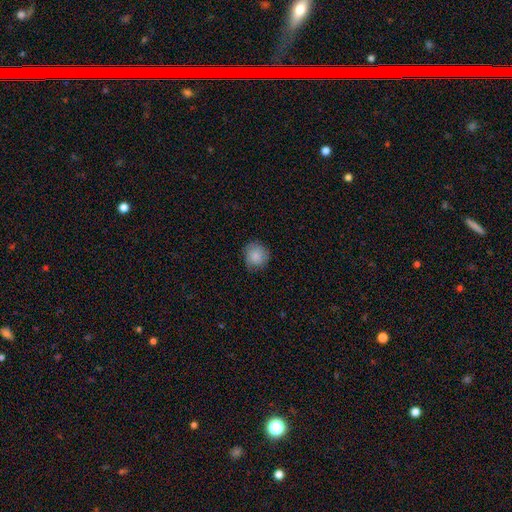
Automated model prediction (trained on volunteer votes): Q: Smooth or featured?
A: smooth (84%); runner-up: featured or disk (9%)
Q: How rounded?
A: round (86%); runner-up: in between (13%)
Q: Merging?
A: none (76%); runner-up: minor disturbance (19%)